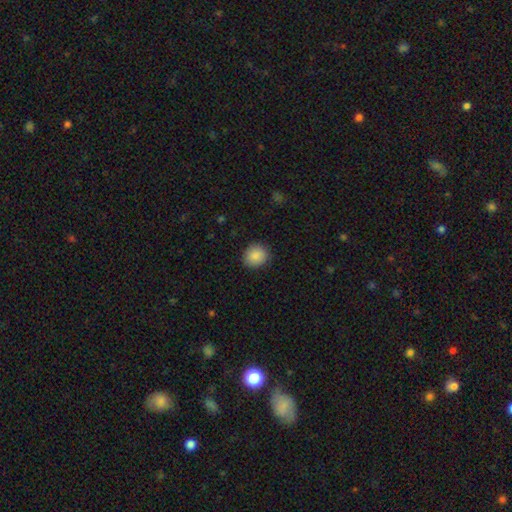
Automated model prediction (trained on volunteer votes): Smooth or featured: smooth — 88% (star or artifact — 8%)
How rounded: round — 82% (in between — 17%)
Merging: none — 88% (minor disturbance — 9%)